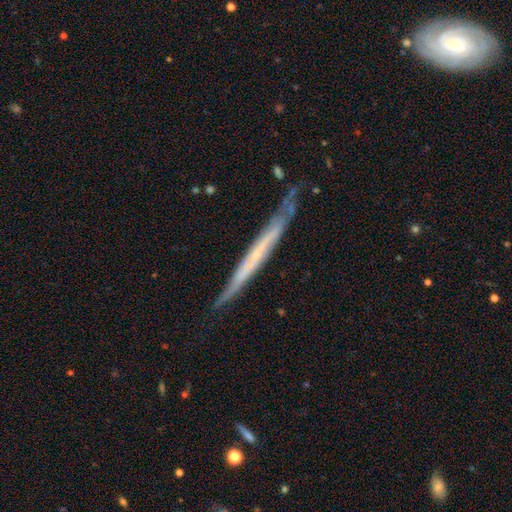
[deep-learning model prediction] Q: Smooth or featured?
A: featured or disk (63%); runner-up: smooth (31%)
Q: Edge-on disk?
A: yes (92%); runner-up: no (8%)
Q: Edge-on bulge?
A: none (85%); runner-up: rounded (11%)
Q: Merging?
A: none (76%); runner-up: minor disturbance (19%)